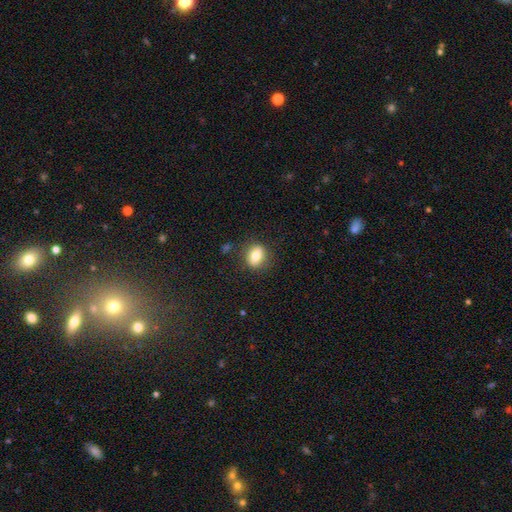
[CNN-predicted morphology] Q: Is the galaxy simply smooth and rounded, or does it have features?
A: smooth — 75%.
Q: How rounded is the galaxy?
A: in between — 51%.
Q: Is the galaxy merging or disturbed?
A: none — 84%.